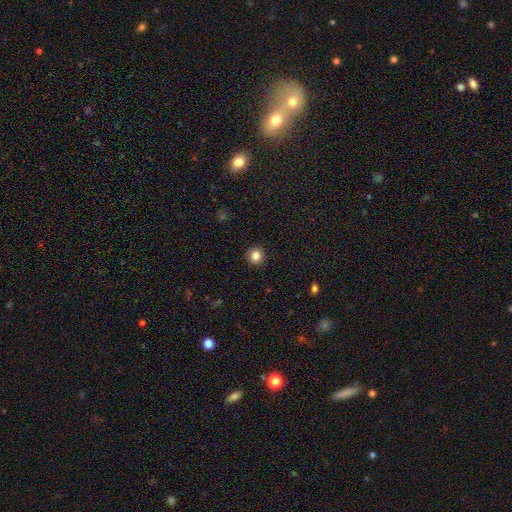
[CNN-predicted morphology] Smooth or featured? smooth (83%)
How rounded? round (95%)
Merging? none (93%)